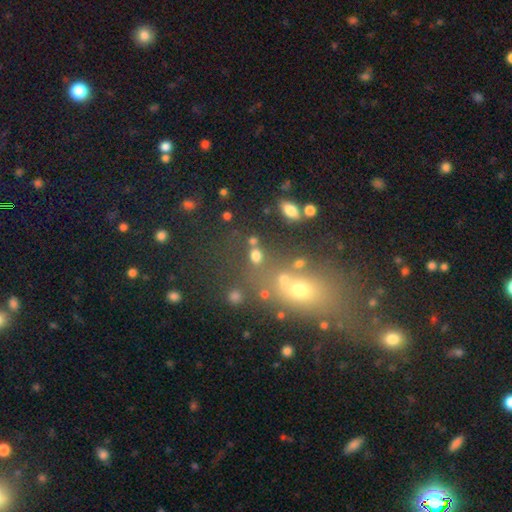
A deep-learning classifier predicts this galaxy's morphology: Overall: smooth (69%). How rounded: in between (53%; round 44%). Merging: none (58%; merger 20%).